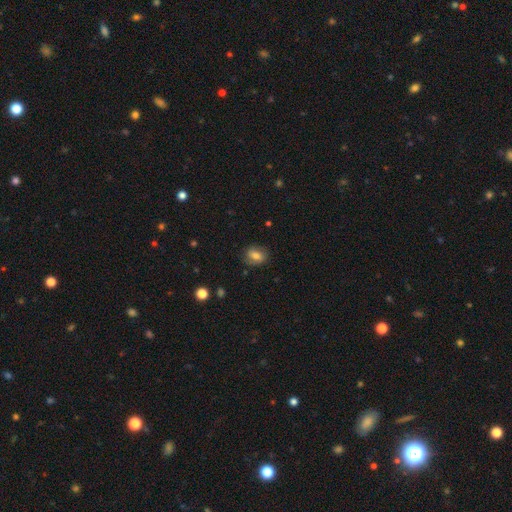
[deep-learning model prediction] Smooth or featured?
  - smooth: 68% *
  - featured or disk: 22%
  - star or artifact: 10%
How rounded?
  - in between: 63% *
  - round: 35%
  - cigar-shaped: 2%
Merging?
  - none: 79% *
  - minor disturbance: 15%
  - major disturbance: 5%
  - merger: 1%